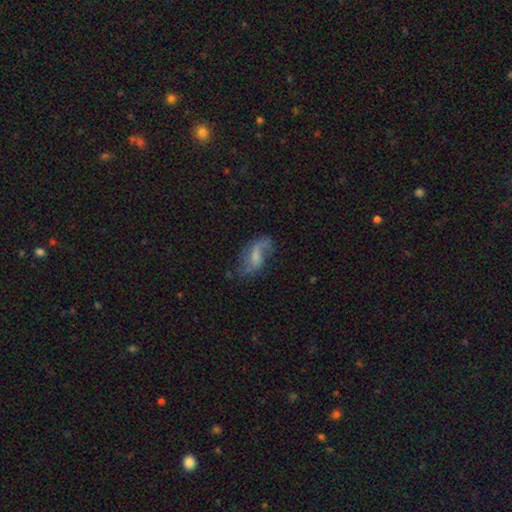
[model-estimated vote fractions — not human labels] Smooth or featured? featured or disk (66%)
Edge-on disk? no (95%)
Bar? weak (48%)
Spiral arms? yes (87%)
Spiral winding? loose (77%)
Spiral arm count? 2 (68%)
Bulge size? none (41%)
Merging? none (51%)